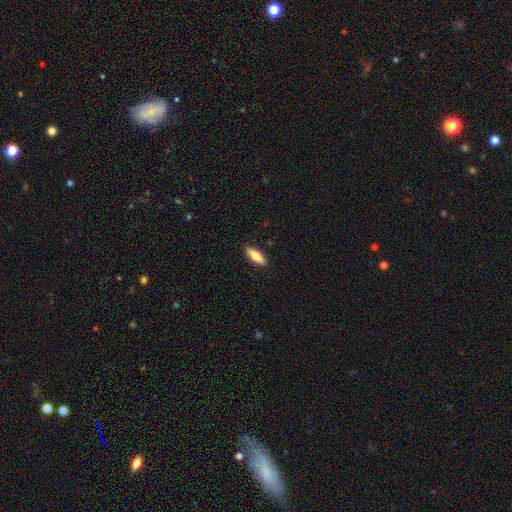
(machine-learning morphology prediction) smooth-or-featured: smooth: 77% | featured or disk: 17% | star or artifact: 6%
  how-rounded: in between: 60% | cigar-shaped: 37% | round: 2%
  merging: none: 90% | minor disturbance: 7% | major disturbance: 2% | merger: 1%